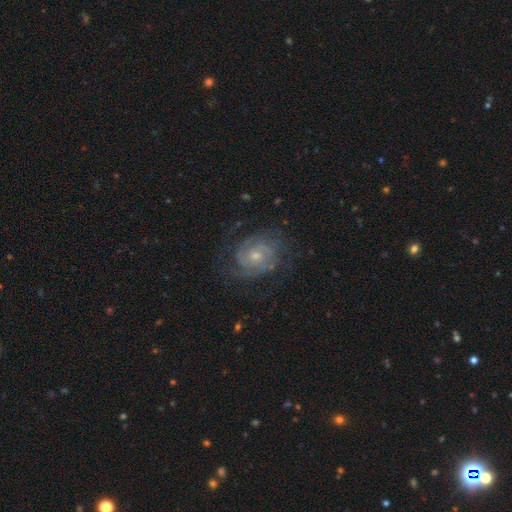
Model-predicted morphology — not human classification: Smooth or featured? Predicted: featured or disk (p=0.84). Edge-on disk? Predicted: no (p=0.98). Bar? Predicted: no (p=0.72). Spiral arms? Predicted: yes (p=0.95). Spiral winding? Predicted: tight (p=0.62). Spiral arm count? Predicted: 2 (p=0.50). Bulge size? Predicted: small (p=0.59). Merging? Predicted: none (p=0.72).